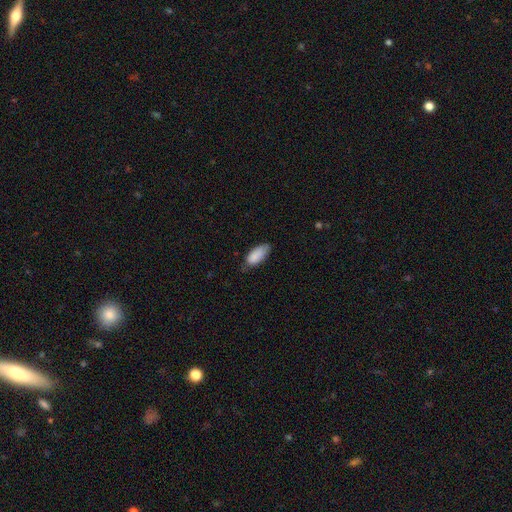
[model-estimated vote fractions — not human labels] smooth_or_featured: smooth (p=0.87) [alt: featured or disk p=0.07]
how_rounded: in between (p=0.89) [alt: cigar-shaped p=0.10]
merging: none (p=0.58) [alt: minor disturbance p=0.34]